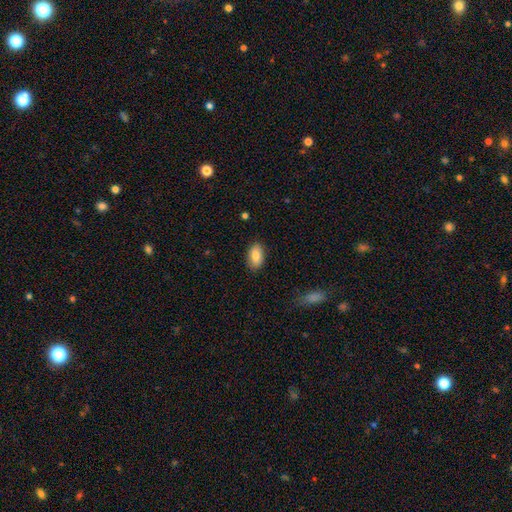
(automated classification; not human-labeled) A smooth galaxy with no disk features (83%) that is in between round and cigar-shaped (92%).

Vote fractions:
- Smooth or featured? smooth: 83% / featured or disk: 10% / star or artifact: 7%
- How rounded? in between: 92% / round: 5% / cigar-shaped: 2%
- Merging? none: 86% / minor disturbance: 11% / major disturbance: 2% / merger: 1%